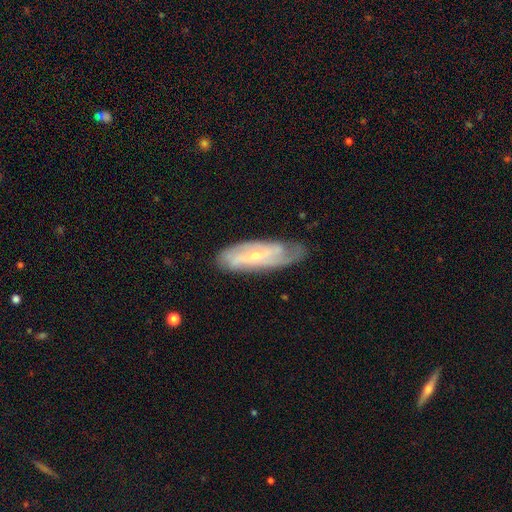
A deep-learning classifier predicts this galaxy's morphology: Smooth or featured? featured or disk (76%)
Edge-on disk? no (82%)
Bar? no (47%)
Spiral arms? yes (87%)
Spiral winding? tight (47%)
Spiral arm count? 2 (41%)
Bulge size? small (63%)
Merging? none (67%)